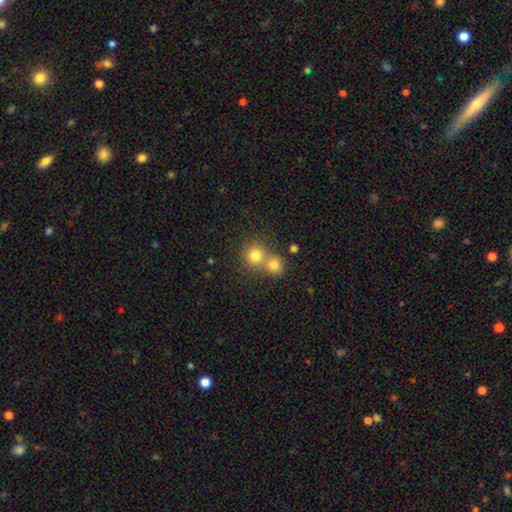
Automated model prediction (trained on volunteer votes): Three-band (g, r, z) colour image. It shows a smooth galaxy with no disk features (78%) that is round (88%). Merging: merger (47%).